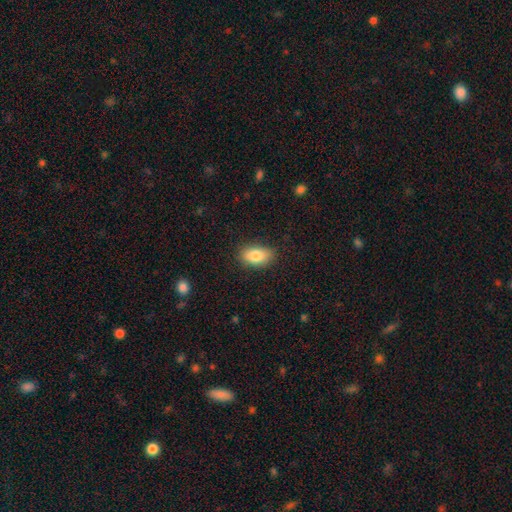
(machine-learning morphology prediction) This is clearly a smooth galaxy (83%). How rounded: clearly in between (90%). Merging: clearly none (84%).